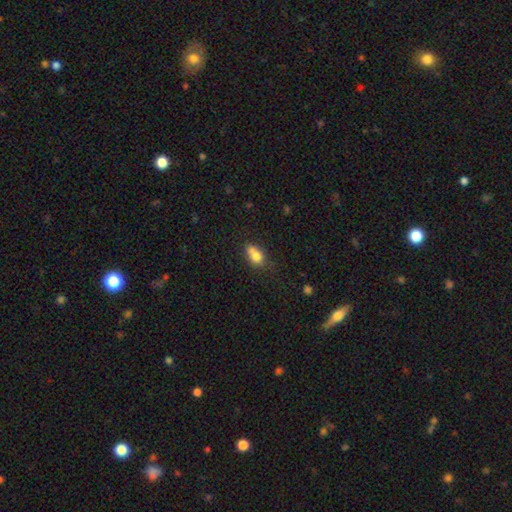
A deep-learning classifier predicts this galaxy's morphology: Smooth or featured? Predicted: smooth (p=0.75). How rounded? Predicted: in between (p=0.68). Merging? Predicted: none (p=0.40).